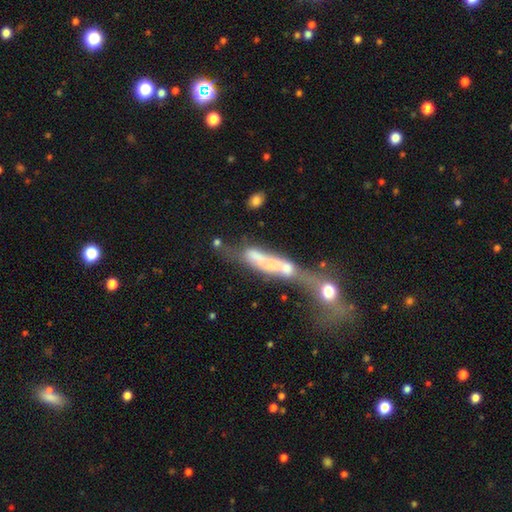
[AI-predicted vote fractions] Overall: smooth (47%; featured or disk 42%). Merging: merger (62%).